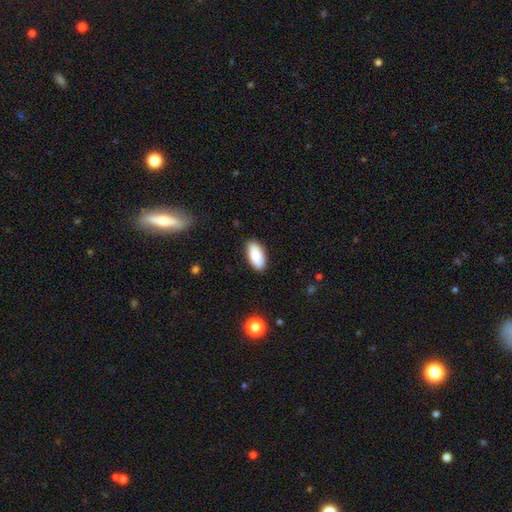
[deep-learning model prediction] This appears to be a smooth galaxy with no disk features (88%) that is in between round and cigar-shaped (92%). Merging: none (87%).